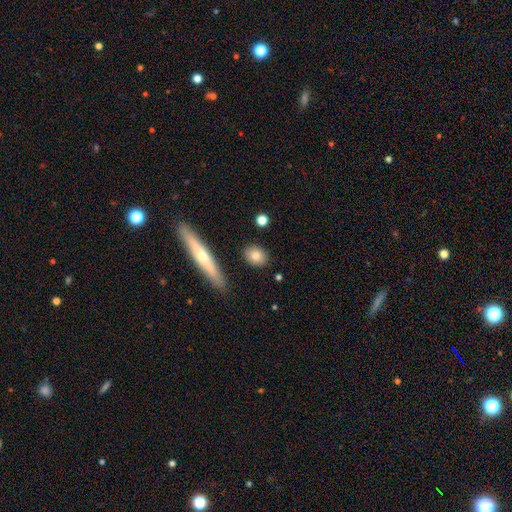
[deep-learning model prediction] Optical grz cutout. It shows a smooth galaxy with no disk features (79%) that is round (47%, tied with in between). Merging: none (87%).